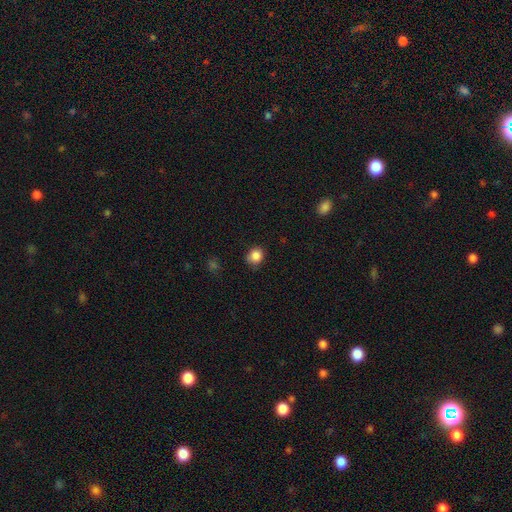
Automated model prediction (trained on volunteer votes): Q: Smooth or featured?
A: smooth (86%); runner-up: star or artifact (10%)
Q: How rounded?
A: round (75%); runner-up: in between (24%)
Q: Merging?
A: none (79%); runner-up: minor disturbance (16%)